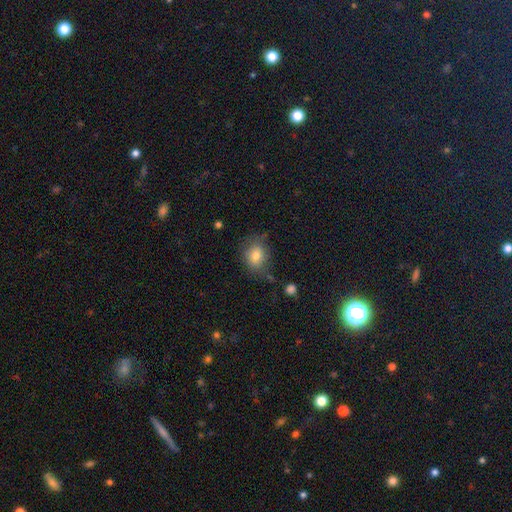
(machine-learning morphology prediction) smooth_or_featured: smooth (p=0.77) [alt: featured or disk p=0.13]
how_rounded: round (p=0.52) [alt: in between p=0.47]
merging: none (p=0.67) [alt: minor disturbance p=0.23]